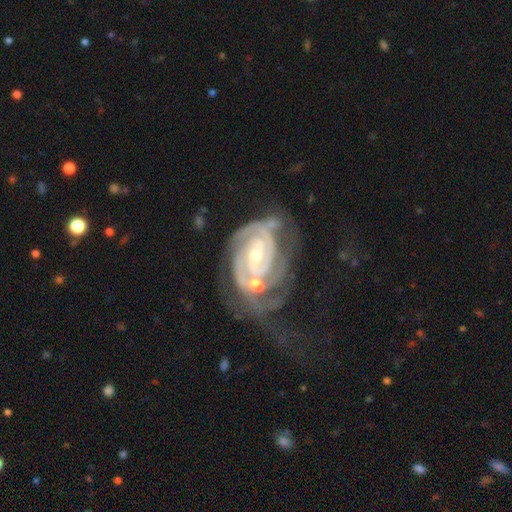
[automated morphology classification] Smooth or featured: featured or disk — 91% (star or artifact — 5%)
Edge-on disk: no — 97% (yes — 3%)
Bar: weak — 42% (no — 36%)
Spiral arms: yes — 97% (no — 3%)
Spiral winding: tight — 71% (medium — 24%)
Spiral arm count: 2 — 43% (3 — 22%)
Bulge size: small — 58% (moderate — 38%)
Merging: none — 33% (major disturbance — 25%)